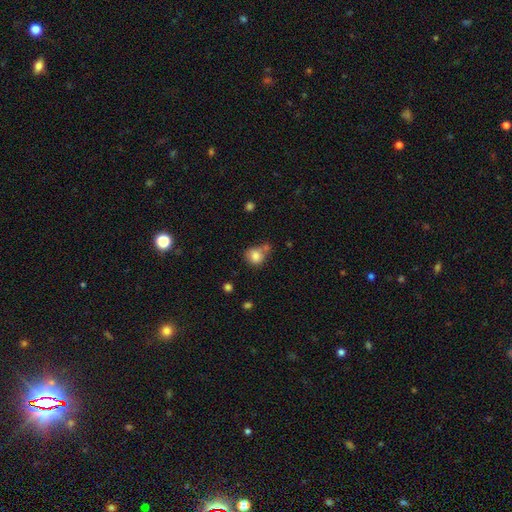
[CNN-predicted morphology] The model was most divided on "merging": none: 48%, merger: 27%, minor disturbance: 18%, major disturbance: 7%. More confident: smooth or featured — smooth (81%); how rounded — round (74%).